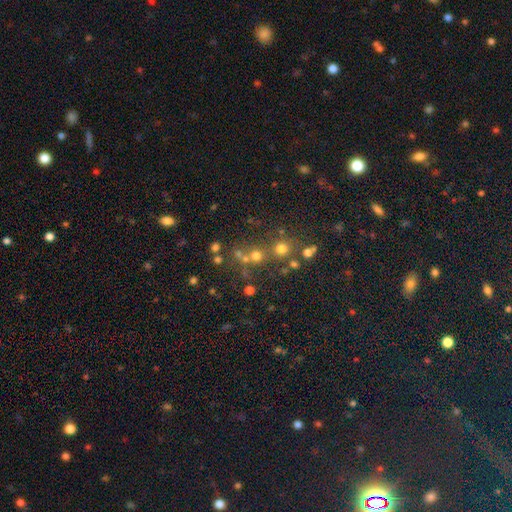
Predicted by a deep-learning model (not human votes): star or artifact 61%, smooth 25%, featured or disk 14%.